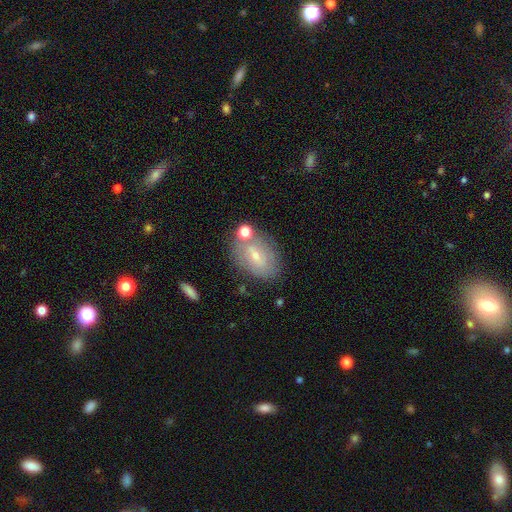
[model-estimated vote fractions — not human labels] smooth_or_featured: featured or disk (p=0.46) [alt: smooth p=0.45]
merging: none (p=0.66) [alt: minor disturbance p=0.17]